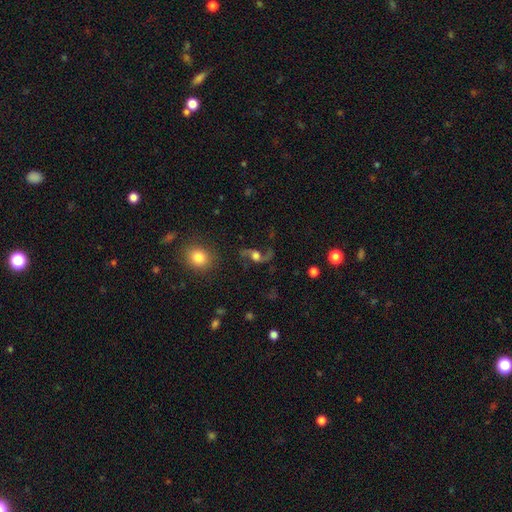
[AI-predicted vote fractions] featured or disk 78%, smooth 12%, star or artifact 10%. Down the decision tree: edge-on disk — no (95%); bar — no (60%); spiral arms — yes (94%); spiral arm count — 2 (93%); spiral winding — loose (84%); bulge size — large (43%); merging — none (68%).